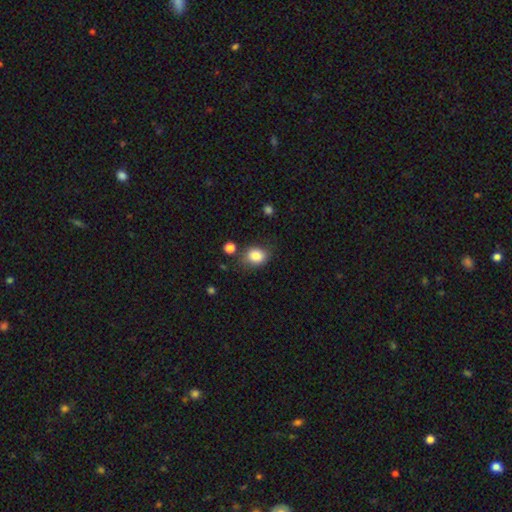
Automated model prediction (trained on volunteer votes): Overall: smooth (85%). How rounded: round (53%; in between 46%). Merging: none (72%).